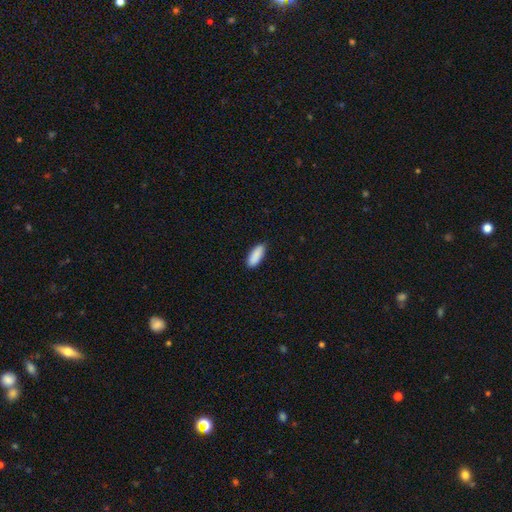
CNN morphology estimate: smooth 90%, star or artifact 6%, featured or disk 4%. Down the decision tree: how rounded — in between (75%); merging — none (84%).